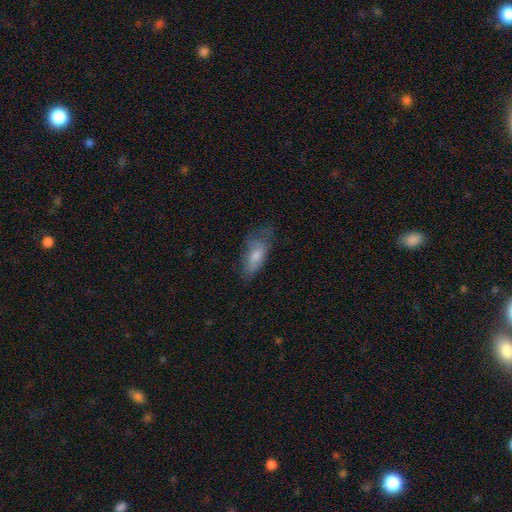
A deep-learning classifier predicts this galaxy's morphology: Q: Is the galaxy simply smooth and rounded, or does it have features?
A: smooth — 63%.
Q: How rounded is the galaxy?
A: in between — 76%.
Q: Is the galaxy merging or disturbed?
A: none — 47%.